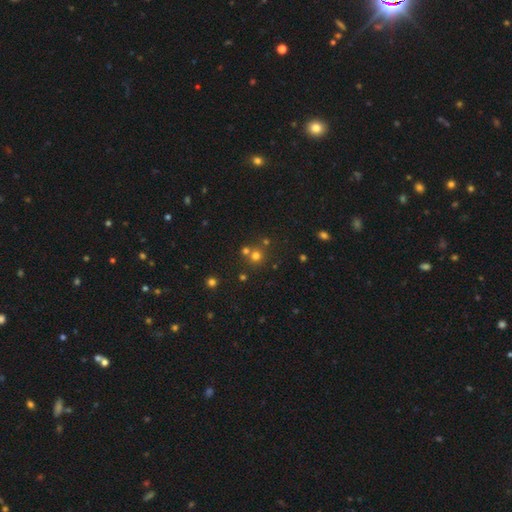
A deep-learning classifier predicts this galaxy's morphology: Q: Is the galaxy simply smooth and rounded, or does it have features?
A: smooth — 67%.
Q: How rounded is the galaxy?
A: round — 91%.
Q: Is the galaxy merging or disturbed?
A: none — 65%.